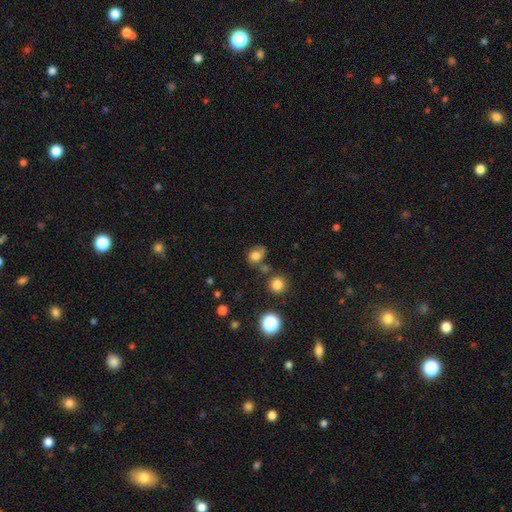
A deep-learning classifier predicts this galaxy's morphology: Smooth or featured? smooth (74%)
How rounded? round (54%)
Merging? none (53%)